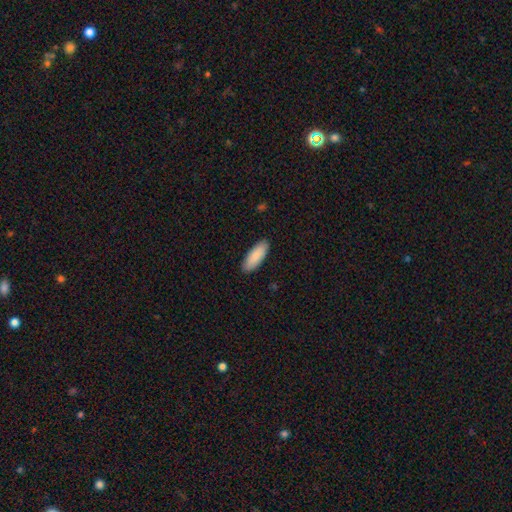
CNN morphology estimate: smooth_or_featured: smooth (p=0.90) [alt: featured or disk p=0.05]
how_rounded: in between (p=0.68) [alt: cigar-shaped p=0.30]
merging: none (p=0.90) [alt: minor disturbance p=0.08]